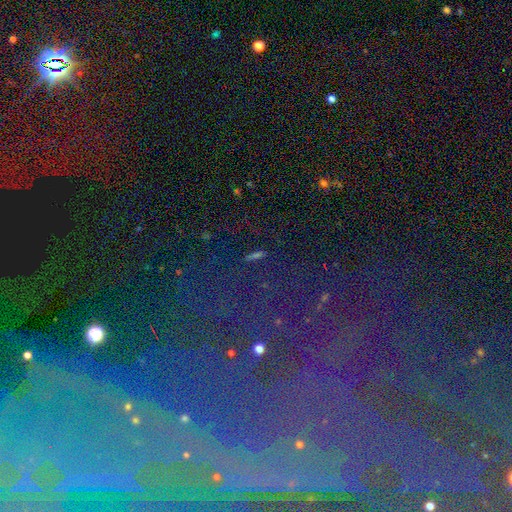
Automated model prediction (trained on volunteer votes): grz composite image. It shows a star or artifact, not a galaxy (54%).